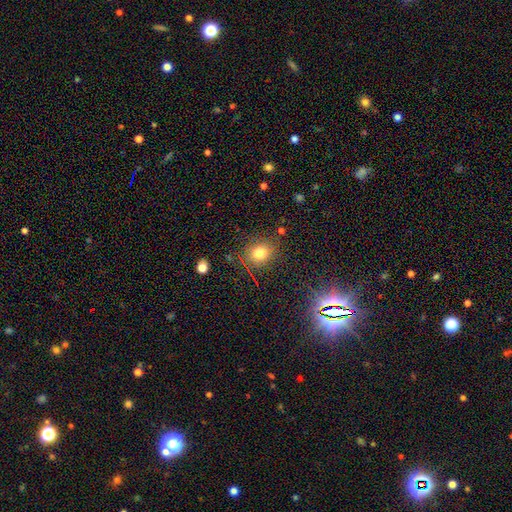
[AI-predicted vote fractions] smooth_or_featured: smooth (p=0.74) [alt: star or artifact p=0.18]
how_rounded: round (p=0.64) [alt: in between p=0.35]
merging: none (p=0.83) [alt: minor disturbance p=0.11]